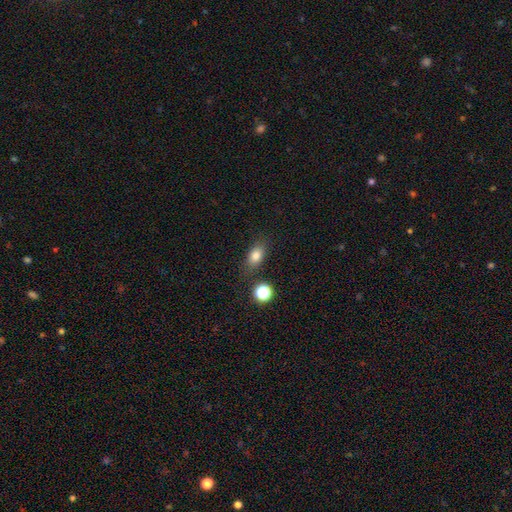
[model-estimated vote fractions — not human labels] A smooth galaxy with no disk features (80%) that is in between round and cigar-shaped (77%).

Vote fractions:
- Smooth or featured? smooth: 80% / star or artifact: 11% / featured or disk: 8%
- How rounded? in between: 77% / round: 17% / cigar-shaped: 5%
- Merging? none: 78% / minor disturbance: 13% / merger: 5% / major disturbance: 4%